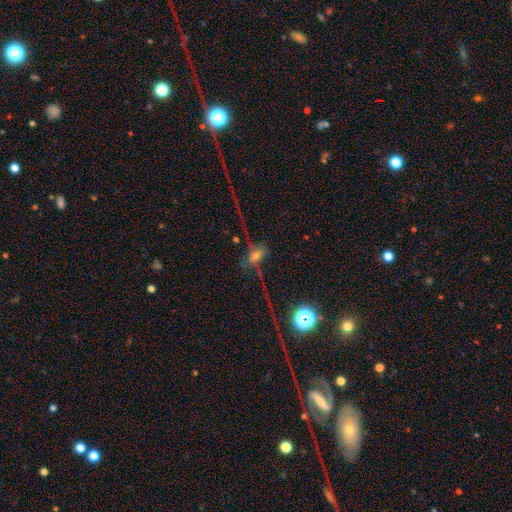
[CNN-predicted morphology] This appears to be a smooth galaxy with no disk features (36%). Merging: none (48%).